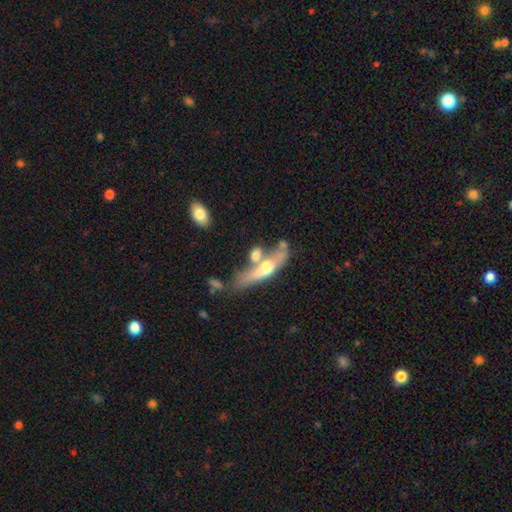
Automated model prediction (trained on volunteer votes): Overall: featured or disk (48%; smooth 45%). Merging: merger (42%; none 35%).